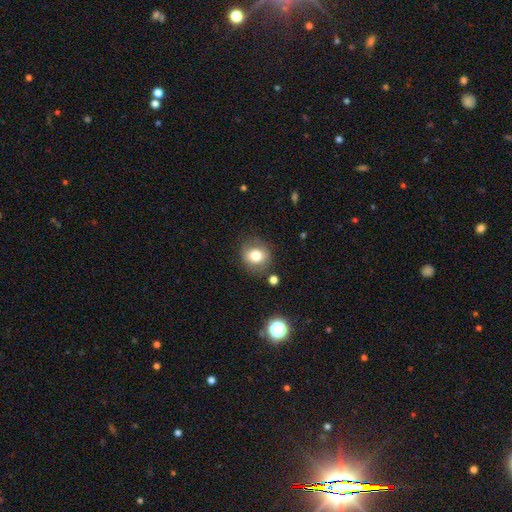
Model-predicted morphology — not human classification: This is likely a smooth galaxy (76%). How rounded: likely round (75%). Merging: likely none (78%).